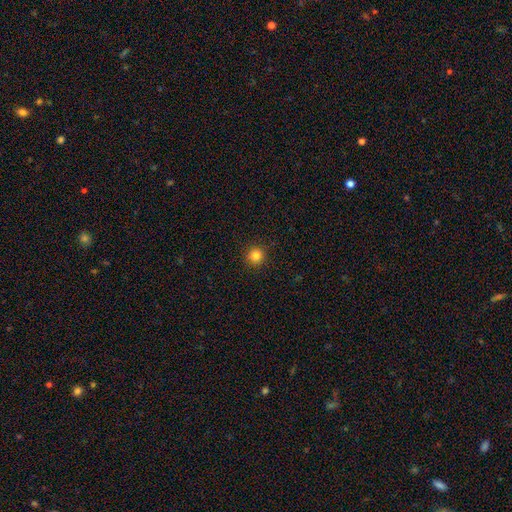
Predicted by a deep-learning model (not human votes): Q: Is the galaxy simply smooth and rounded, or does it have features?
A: smooth — 83%.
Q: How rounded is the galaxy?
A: round — 95%.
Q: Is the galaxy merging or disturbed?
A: none — 92%.